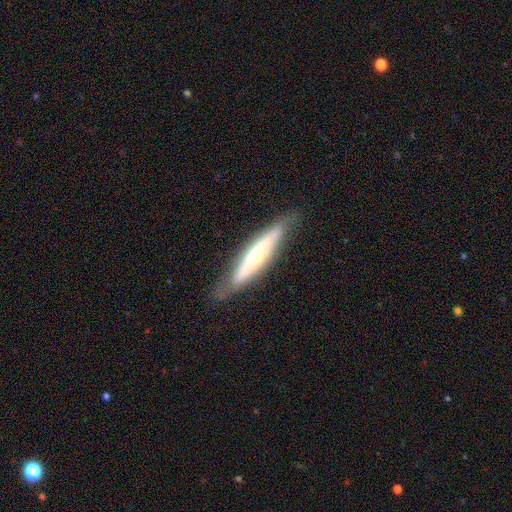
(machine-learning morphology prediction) Smooth or featured?
  - featured or disk: 60% *
  - smooth: 35%
  - star or artifact: 6%
Edge-on disk?
  - yes: 67% *
  - no: 33%
Merging?
  - none: 78% *
  - minor disturbance: 16%
  - major disturbance: 4%
  - merger: 1%